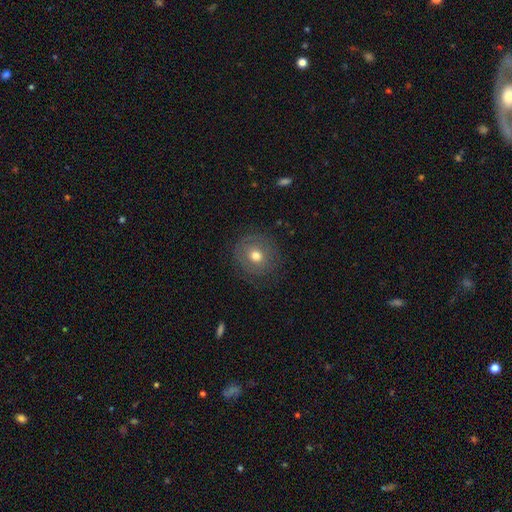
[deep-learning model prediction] Smooth or featured: smooth — 61% (featured or disk — 28%)
How rounded: round — 88% (in between — 11%)
Merging: none — 80% (minor disturbance — 13%)